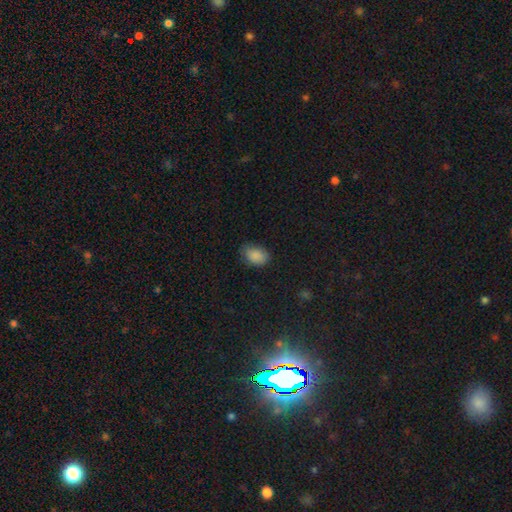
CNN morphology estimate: This appears to be a smooth galaxy with no disk features (88%) that is in between round and cigar-shaped (84%). Merging: none (75%).